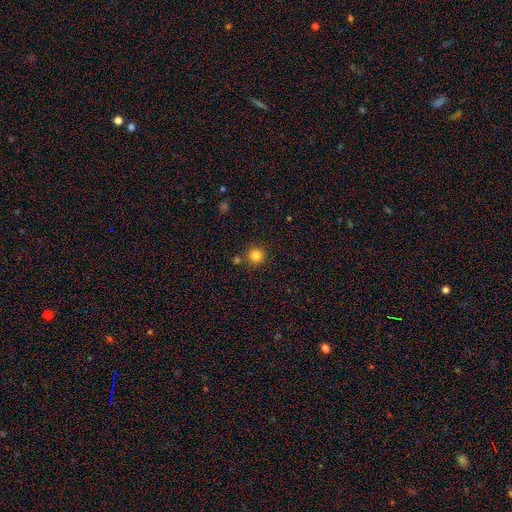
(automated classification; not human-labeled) The model was most divided on "smooth or featured": smooth: 83%, star or artifact: 12%, featured or disk: 5%. More confident: how rounded — round (95%); merging — none (84%).